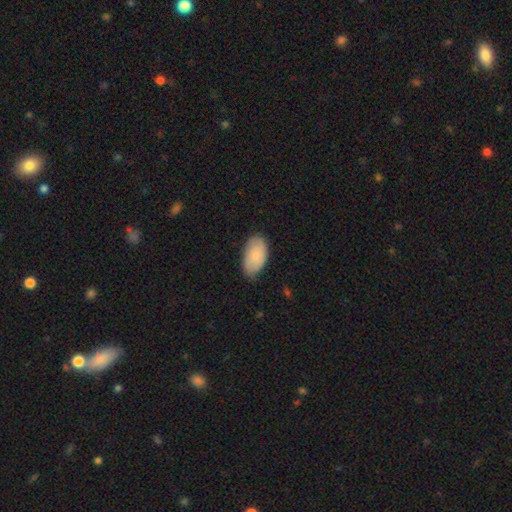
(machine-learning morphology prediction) smooth 79%, featured or disk 16%, star or artifact 6%. Down the decision tree: how rounded — in between (95%); merging — none (77%).